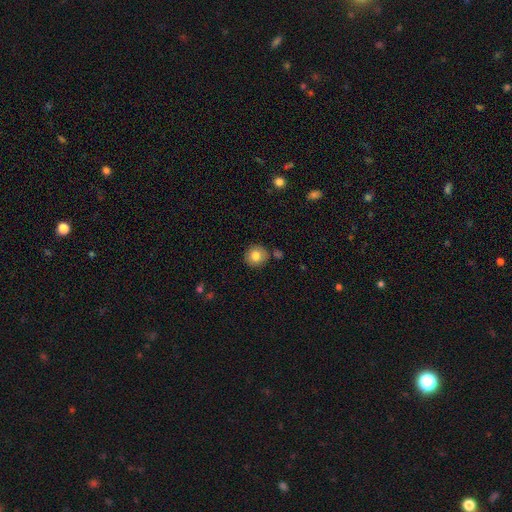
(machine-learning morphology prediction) This appears to be a smooth galaxy with no disk features (81%) that is round (92%). Merging: none (84%).